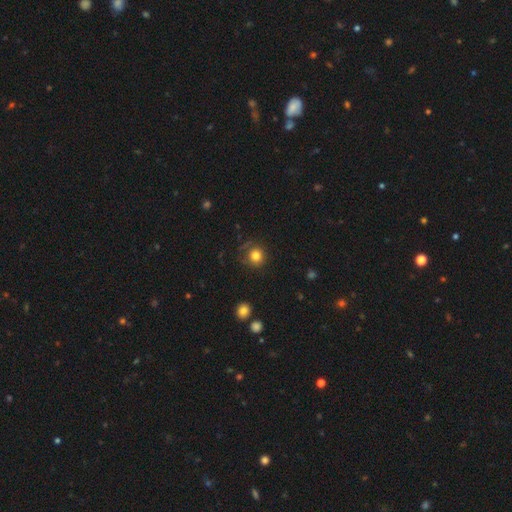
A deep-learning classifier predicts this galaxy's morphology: type=smooth (80%); roundness=round (90%); merging=none (73%).